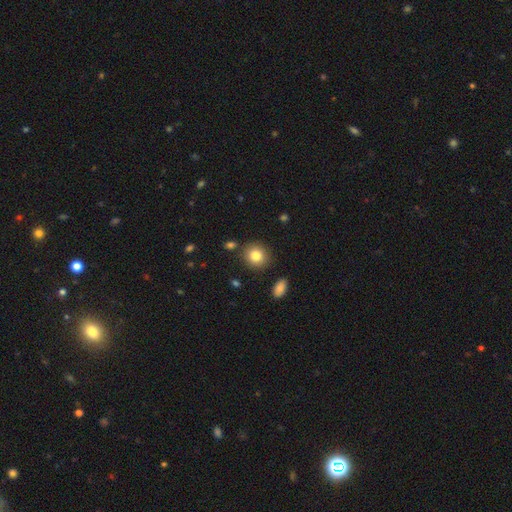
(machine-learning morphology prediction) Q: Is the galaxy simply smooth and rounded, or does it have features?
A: smooth — 82%.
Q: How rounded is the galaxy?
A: round — 84%.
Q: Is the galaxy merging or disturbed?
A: none — 86%.